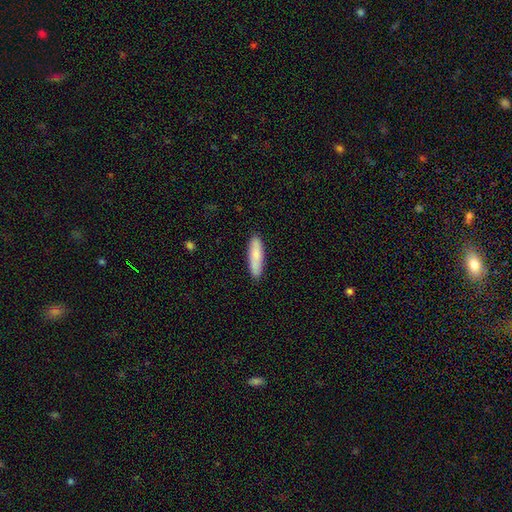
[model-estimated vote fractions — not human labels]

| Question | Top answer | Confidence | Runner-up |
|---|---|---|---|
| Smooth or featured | smooth | 82% | featured or disk (13%) |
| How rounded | cigar-shaped | 68% | in between (30%) |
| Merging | none | 89% | minor disturbance (9%) |